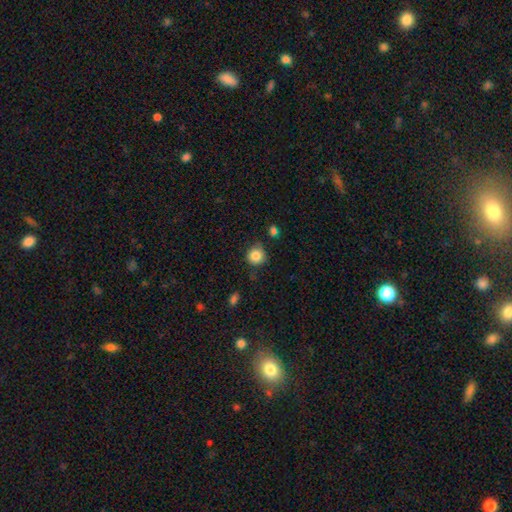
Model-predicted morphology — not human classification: Smooth or featured? Predicted: smooth (p=0.84). How rounded? Predicted: round (p=0.90). Merging? Predicted: none (p=0.76).